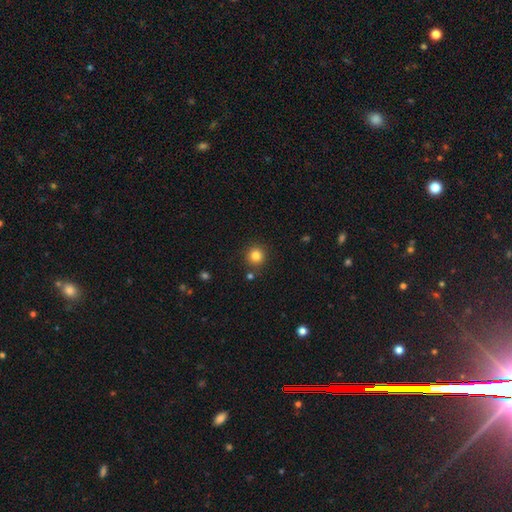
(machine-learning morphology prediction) A smooth galaxy with no disk features (82%) that is round (94%). Merging: none (85%).